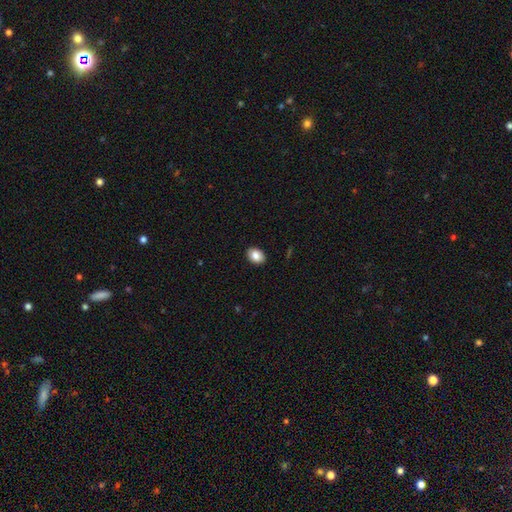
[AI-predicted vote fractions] smooth_or_featured: smooth (p=0.86) [alt: star or artifact p=0.08]
how_rounded: in between (p=0.74) [alt: round p=0.25]
merging: none (p=0.91) [alt: minor disturbance p=0.07]